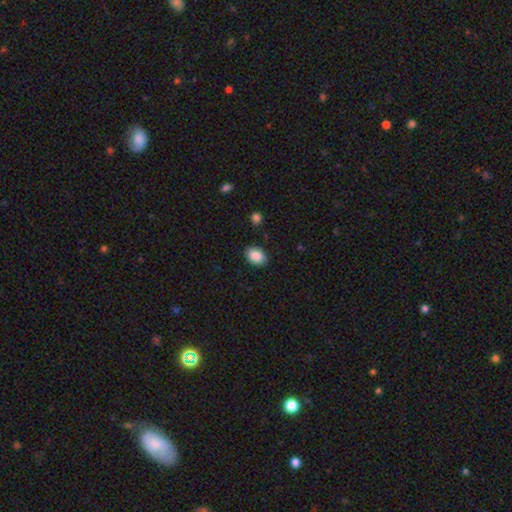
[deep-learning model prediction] Q: Smooth or featured?
A: smooth (87%); runner-up: star or artifact (8%)
Q: How rounded?
A: in between (76%); runner-up: round (23%)
Q: Merging?
A: none (87%); runner-up: minor disturbance (9%)